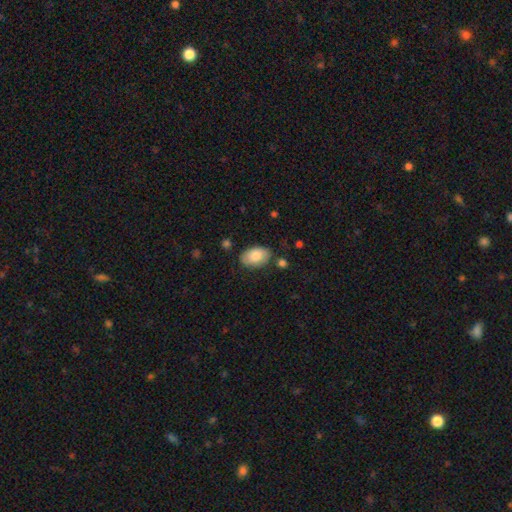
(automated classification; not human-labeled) Overall: smooth (84%). How rounded: in between (91%). Merging: none (78%).